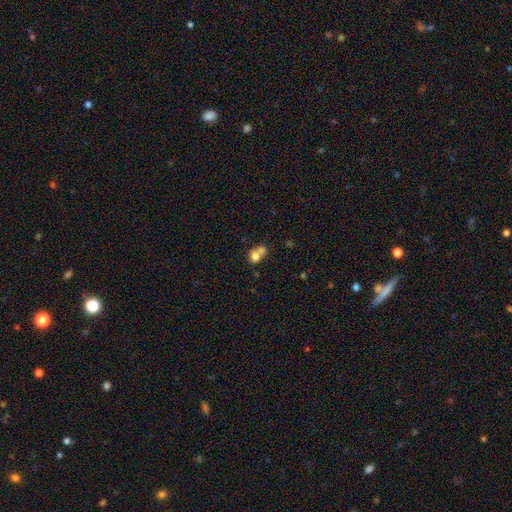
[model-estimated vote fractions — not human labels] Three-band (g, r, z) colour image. It shows a smooth galaxy with no disk features (74%) that is round (65%). Merging: merger (63%).